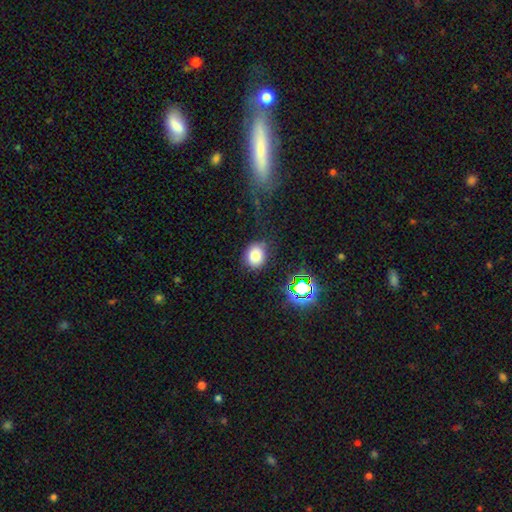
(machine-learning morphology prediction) Q: Smooth or featured?
A: smooth (78%); runner-up: star or artifact (15%)
Q: How rounded?
A: round (62%); runner-up: in between (37%)
Q: Merging?
A: none (77%); runner-up: minor disturbance (15%)